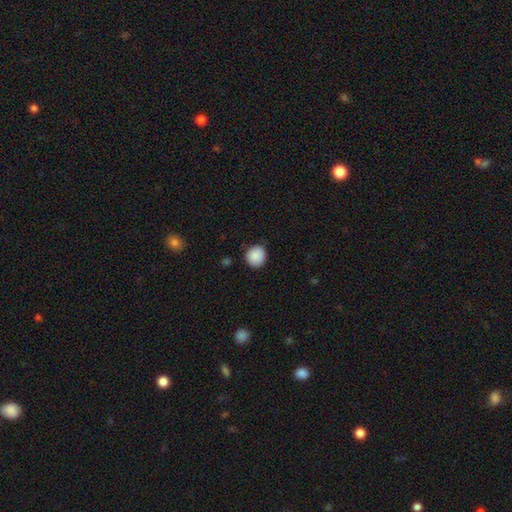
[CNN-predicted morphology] Overall: smooth (89%). How rounded: round (88%). Merging: none (85%).